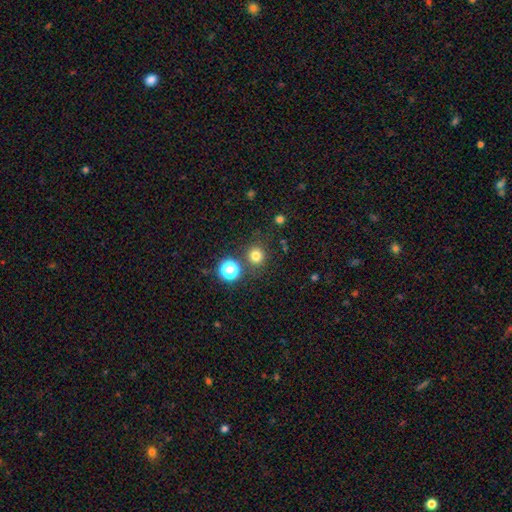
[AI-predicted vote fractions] Smooth or featured?
  - smooth: 77% *
  - star or artifact: 17%
  - featured or disk: 6%
How rounded?
  - round: 92% *
  - in between: 7%
  - cigar-shaped: 1%
Merging?
  - none: 84% *
  - minor disturbance: 7%
  - merger: 6%
  - major disturbance: 3%